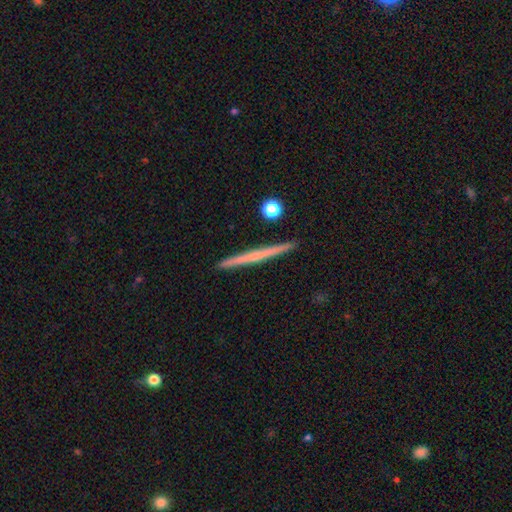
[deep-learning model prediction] This is possibly a featured or disk galaxy (56%). It is clearly viewed edge-on (98%). Edge-on bulge: likely none (68%). Merging: clearly none (92%).